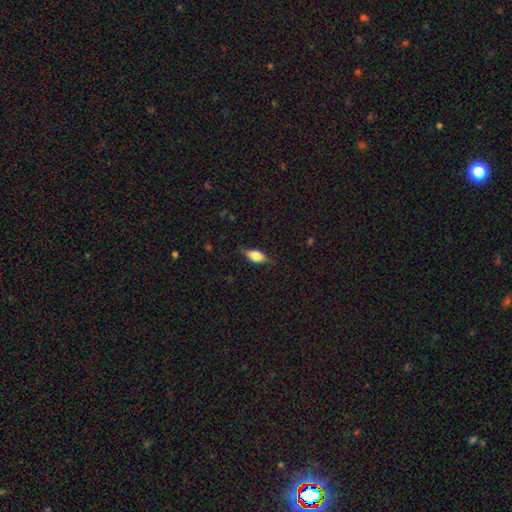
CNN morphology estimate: The model was most divided on "smooth or featured": smooth: 70%, featured or disk: 23%, star or artifact: 8%. More confident: how rounded — in between (82%); merging — none (76%).